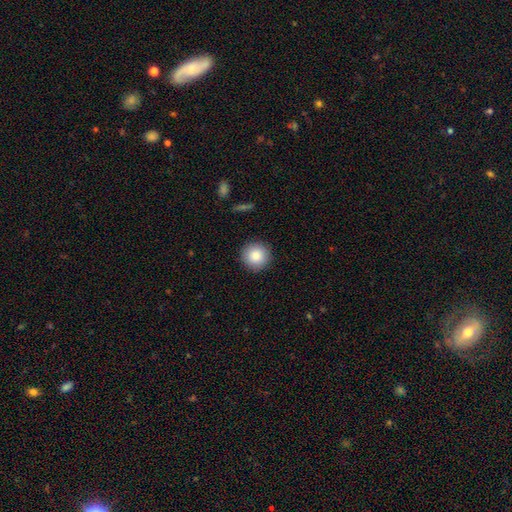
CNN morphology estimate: Smooth or featured? Predicted: smooth (p=0.87). How rounded? Predicted: round (p=0.95). Merging? Predicted: none (p=0.91).